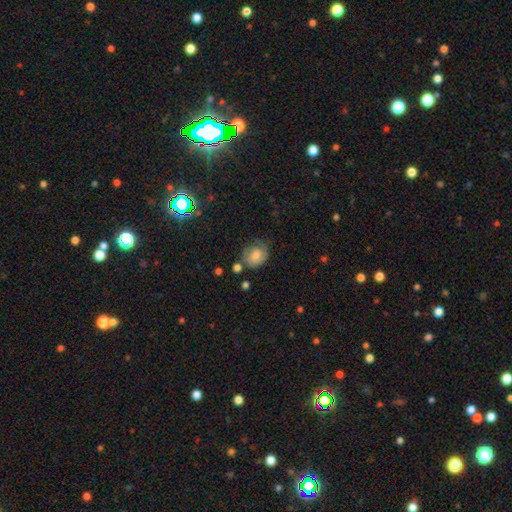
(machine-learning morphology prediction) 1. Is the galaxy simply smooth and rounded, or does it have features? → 61% smooth, 29% featured or disk, 10% star or artifact.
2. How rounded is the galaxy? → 54% in between, 45% round, 1% cigar-shaped.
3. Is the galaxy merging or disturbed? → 55% none, 27% minor disturbance, 12% major disturbance, 6% merger.